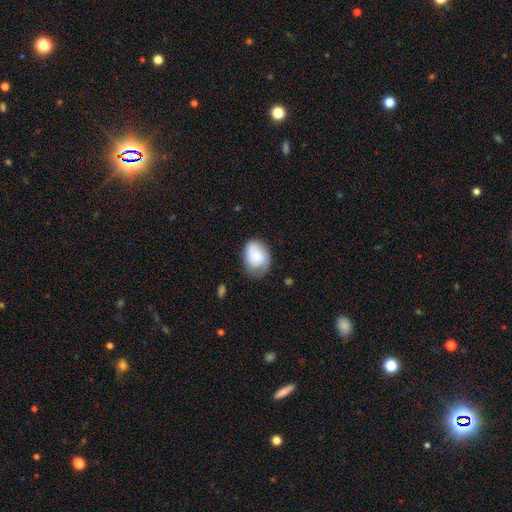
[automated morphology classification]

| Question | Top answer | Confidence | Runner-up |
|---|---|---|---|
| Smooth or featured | smooth | 62% | featured or disk (31%) |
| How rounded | in between | 64% | round (35%) |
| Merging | none | 60% | minor disturbance (29%) |